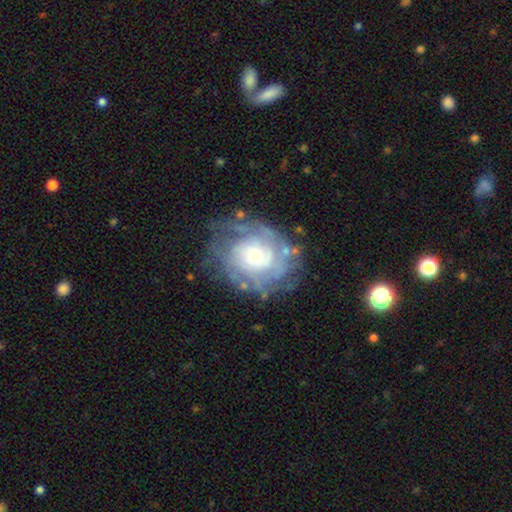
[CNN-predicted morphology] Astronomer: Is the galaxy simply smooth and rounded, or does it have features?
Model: featured or disk — 72%.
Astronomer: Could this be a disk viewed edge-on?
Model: no — 97%.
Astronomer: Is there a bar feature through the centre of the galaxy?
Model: no — 79%.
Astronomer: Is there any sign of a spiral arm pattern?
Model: yes — 78%.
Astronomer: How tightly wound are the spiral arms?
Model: tight — 65%.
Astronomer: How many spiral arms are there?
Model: can't tell — 57%.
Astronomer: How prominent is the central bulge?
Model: small — 50% (runner-up: moderate, 34%).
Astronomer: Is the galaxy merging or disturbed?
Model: none — 66%.